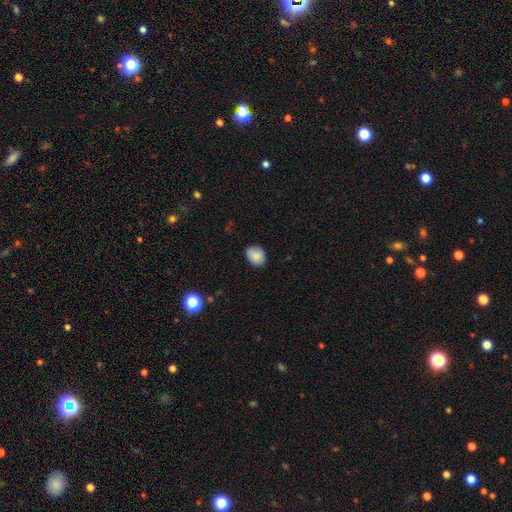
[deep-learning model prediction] smooth_or_featured: smooth (p=0.87) [alt: star or artifact p=0.08]
how_rounded: in between (p=0.58) [alt: round p=0.41]
merging: none (p=0.84) [alt: minor disturbance p=0.13]